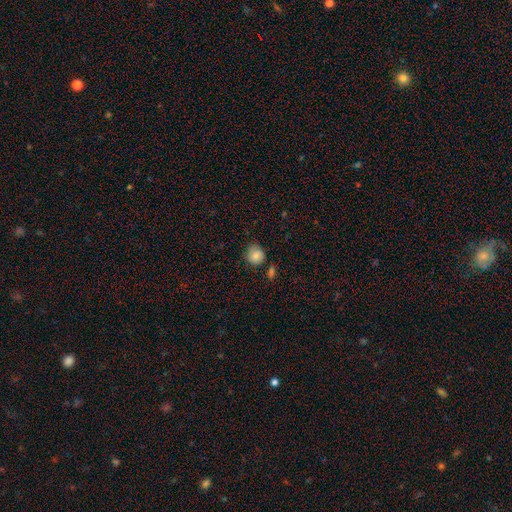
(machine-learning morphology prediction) Smooth or featured: smooth — 84% (star or artifact — 9%)
How rounded: round — 83% (in between — 16%)
Merging: none — 71% (minor disturbance — 20%)